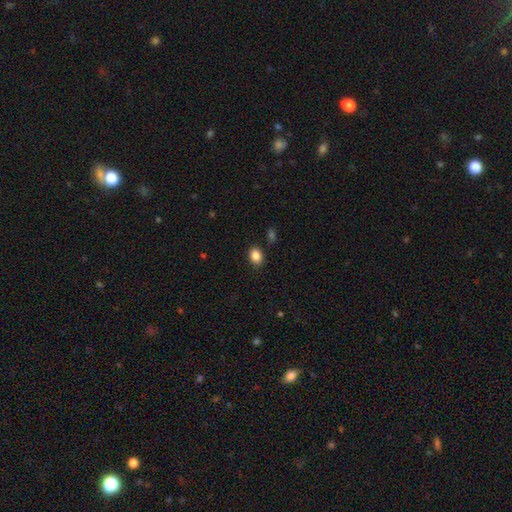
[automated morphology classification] type=smooth (86%); roundness=in between (70%); merging=none (86%).